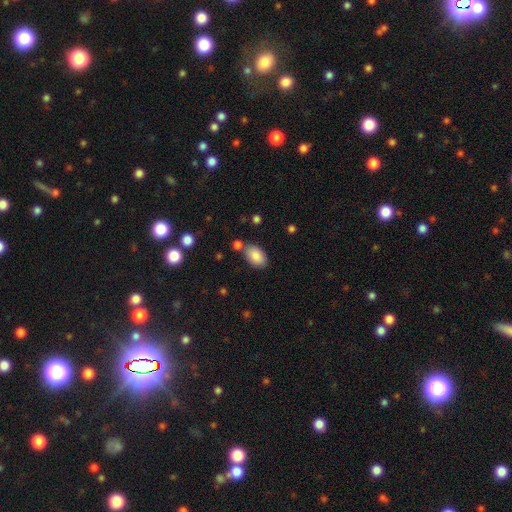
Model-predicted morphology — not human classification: Q: Smooth or featured?
A: smooth (86%); runner-up: star or artifact (7%)
Q: How rounded?
A: in between (91%); runner-up: round (8%)
Q: Merging?
A: none (74%); runner-up: minor disturbance (13%)